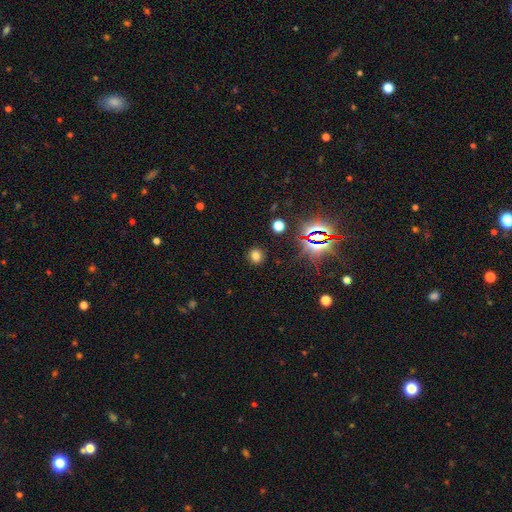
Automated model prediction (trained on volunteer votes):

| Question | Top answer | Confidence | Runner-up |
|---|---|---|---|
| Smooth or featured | smooth | 73% | star or artifact (21%) |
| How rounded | round | 85% | in between (13%) |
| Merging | none | 90% | minor disturbance (6%) |